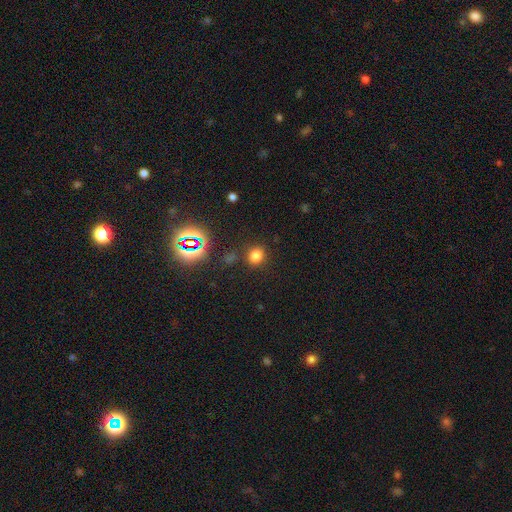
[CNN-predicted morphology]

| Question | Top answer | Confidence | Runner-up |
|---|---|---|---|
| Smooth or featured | smooth | 73% | star or artifact (21%) |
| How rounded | round | 69% | in between (30%) |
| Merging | none | 83% | minor disturbance (9%) |